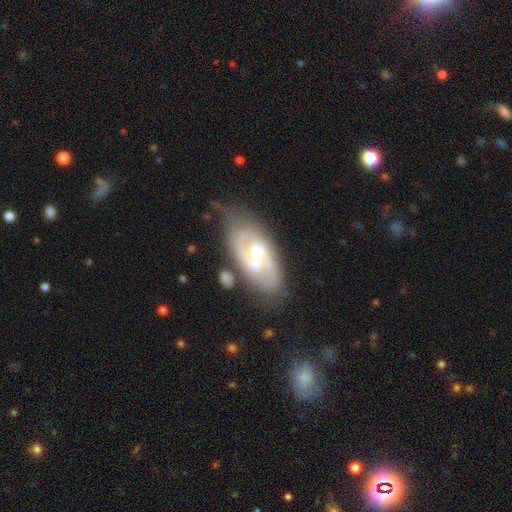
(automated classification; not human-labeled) A featured or disk galaxy (84%) with a weak bar (50%), 2 (80%) tight (45%, tied with medium) spiral arms (95%) and a moderate central bulge (53%).

Vote fractions:
- Smooth or featured? featured or disk: 84% / smooth: 10% / star or artifact: 5%
- Edge-on disk? no: 95% / yes: 5%
- Bar? weak: 50% / no: 35% / strong: 14%
- Spiral arms? yes: 95% / no: 5%
- Spiral winding? tight: 45% (tied) / medium: 45% (tied) / loose: 10%
- Spiral arm count? 2: 80% / can't tell: 10% / 3: 5% / 1: 2% / 4: 1% / more than 4: 1%
- Bulge size? moderate: 53% / small: 37% / large: 6% / none: 3% / dominant: 1%
- Merging? none: 64% / minor disturbance: 22% / major disturbance: 8% / merger: 5%